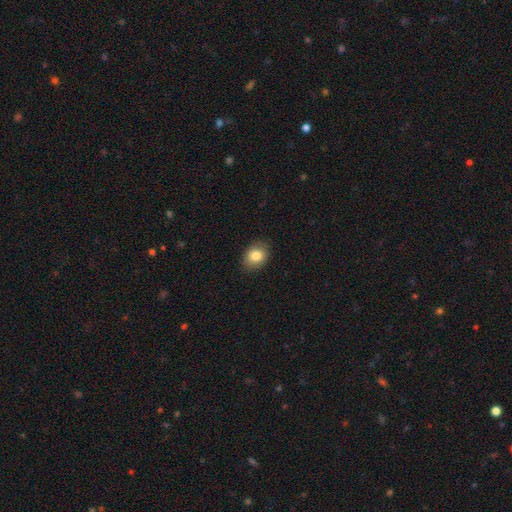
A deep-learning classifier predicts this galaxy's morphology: smooth 84%, star or artifact 9%, featured or disk 8%. Down the decision tree: how rounded — in between (61%); merging — none (86%).